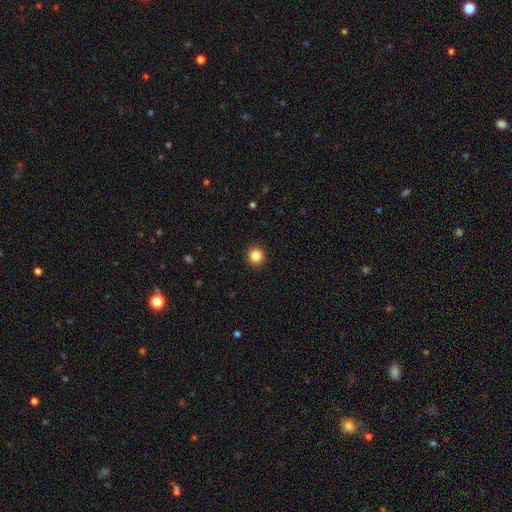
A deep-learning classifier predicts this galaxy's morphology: smooth-or-featured: smooth: 85% | star or artifact: 10% | featured or disk: 4%
  how-rounded: round: 94% | in between: 5% | cigar-shaped: 1%
  merging: none: 93% | minor disturbance: 5% | major disturbance: 2% | merger: 1%